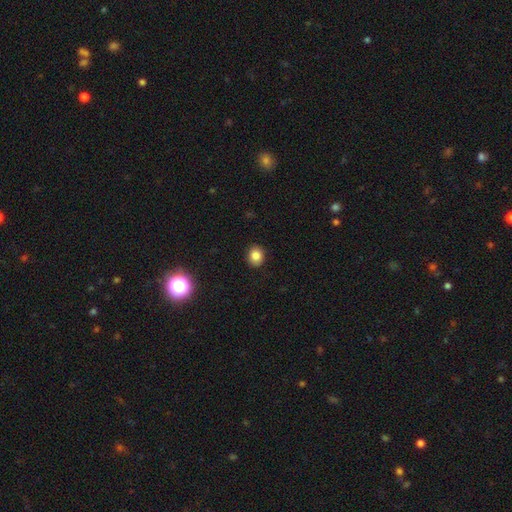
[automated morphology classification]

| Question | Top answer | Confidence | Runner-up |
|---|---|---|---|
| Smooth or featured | smooth | 83% | star or artifact (12%) |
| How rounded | round | 69% | in between (30%) |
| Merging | none | 90% | minor disturbance (7%) |